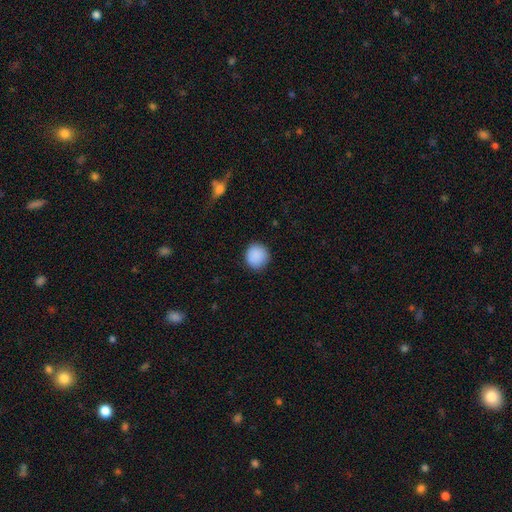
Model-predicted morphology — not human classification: A smooth galaxy with no disk features (89%) that is round (92%). Merging: none (88%).